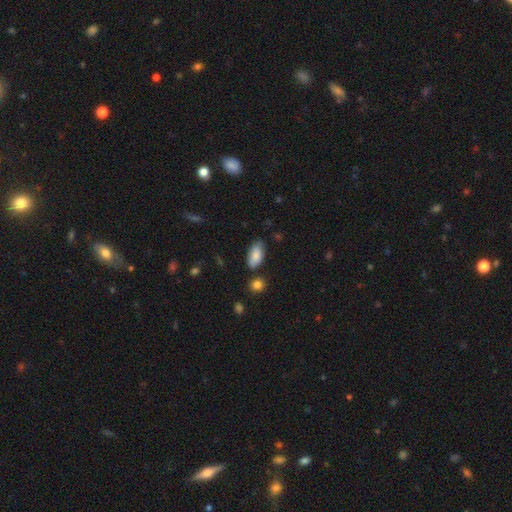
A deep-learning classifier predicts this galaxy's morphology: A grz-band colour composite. It shows a smooth galaxy with no disk features (85%) that is in between round and cigar-shaped (92%). Merging: none (72%).